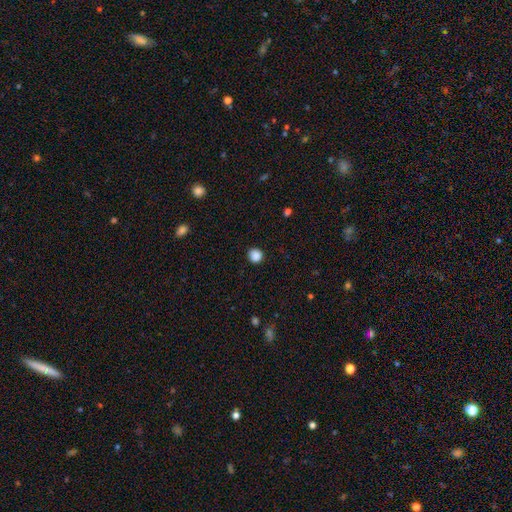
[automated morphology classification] A smooth galaxy with no disk features (87%) that is round (91%). Merging: none (91%).